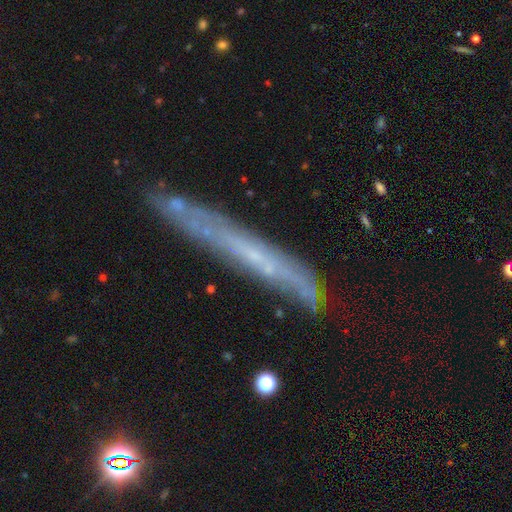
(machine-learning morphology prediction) Smooth or featured?
  - featured or disk: 62% *
  - smooth: 29%
  - star or artifact: 9%
Edge-on disk?
  - yes: 83% *
  - no: 17%
Edge-on bulge?
  - none: 81% *
  - rounded: 15%
  - boxy: 4%
Merging?
  - none: 75% *
  - minor disturbance: 18%
  - major disturbance: 4%
  - merger: 3%